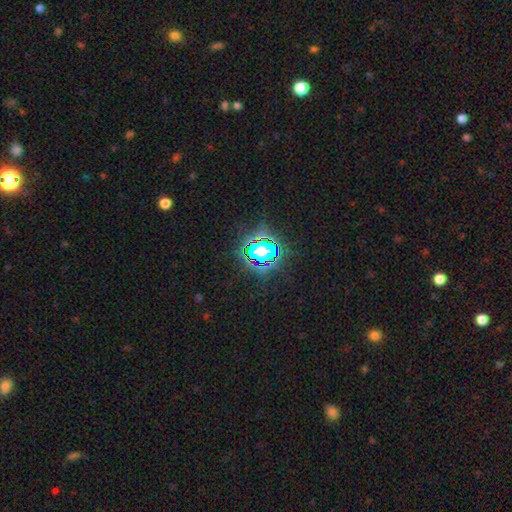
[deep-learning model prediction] Smooth or featured?
  - star or artifact: 71% *
  - smooth: 17%
  - featured or disk: 12%